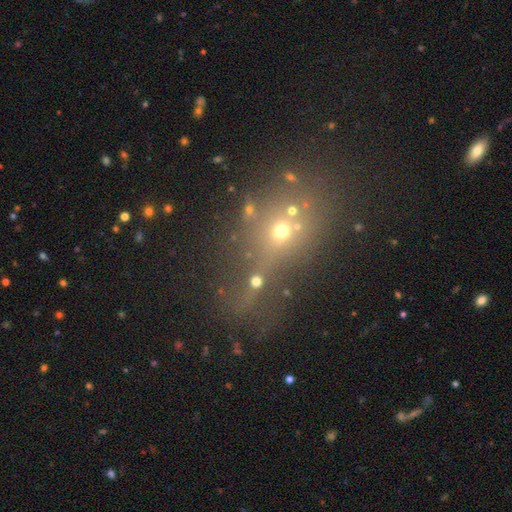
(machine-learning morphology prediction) This is possibly a star or artifact rather than a galaxy (46%).